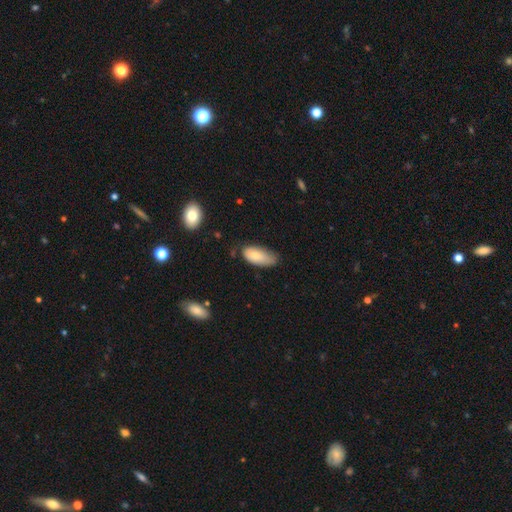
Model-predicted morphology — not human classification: Q: Smooth or featured?
A: smooth (78%); runner-up: featured or disk (14%)
Q: How rounded?
A: in between (91%); runner-up: cigar-shaped (7%)
Q: Merging?
A: none (50%); runner-up: minor disturbance (39%)